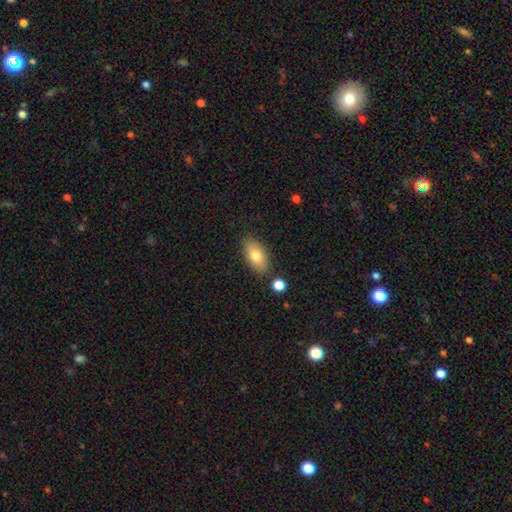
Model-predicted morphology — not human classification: A smooth galaxy with no disk features (78%) that is in between round and cigar-shaped (91%). Merging: none (82%).